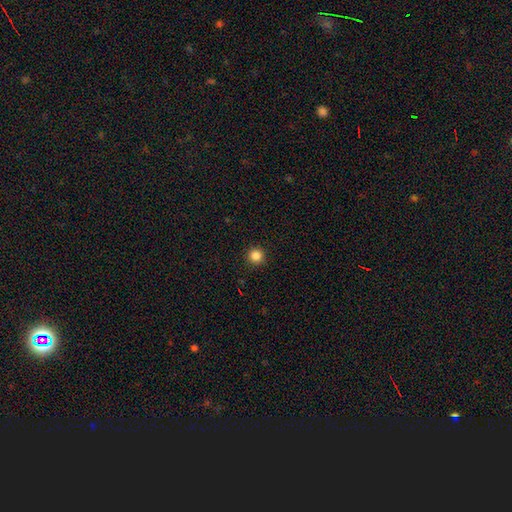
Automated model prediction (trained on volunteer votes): A smooth galaxy with no disk features (85%) that is round (96%).

Vote fractions:
- Smooth or featured? smooth: 85% / star or artifact: 12% / featured or disk: 3%
- How rounded? round: 96% / in between: 3% / cigar-shaped: 1%
- Merging? none: 93% / minor disturbance: 5% / major disturbance: 2% / merger: 1%